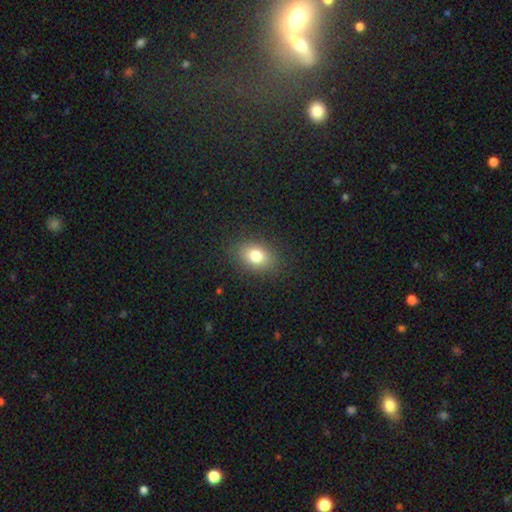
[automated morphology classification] A smooth galaxy with no disk features (78%) that is in between round and cigar-shaped (68%). Merging: none (86%).